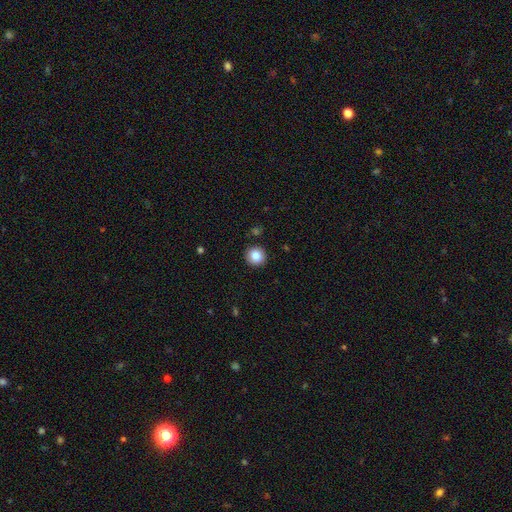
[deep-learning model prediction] The model was most divided on "smooth or featured": smooth: 85%, star or artifact: 10%, featured or disk: 5%. More confident: how rounded — round (94%); merging — none (92%).